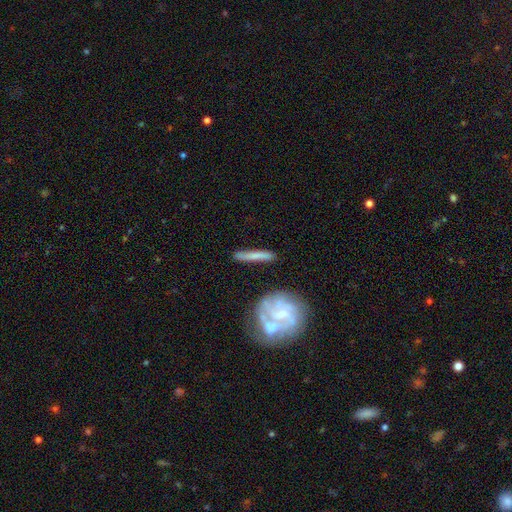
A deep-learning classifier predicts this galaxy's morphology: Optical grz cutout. It shows a smooth galaxy with no disk features (55%) that is cigar-shaped (92%). Merging: none (82%).